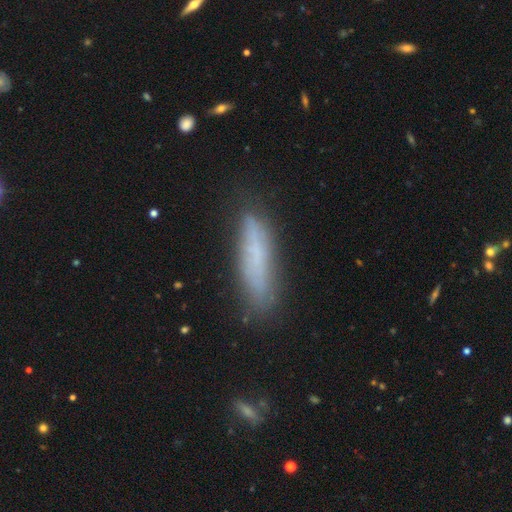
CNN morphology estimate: Q: Smooth or featured?
A: smooth (63%); runner-up: featured or disk (28%)
Q: How rounded?
A: cigar-shaped (79%); runner-up: in between (19%)
Q: Merging?
A: none (76%); runner-up: minor disturbance (17%)